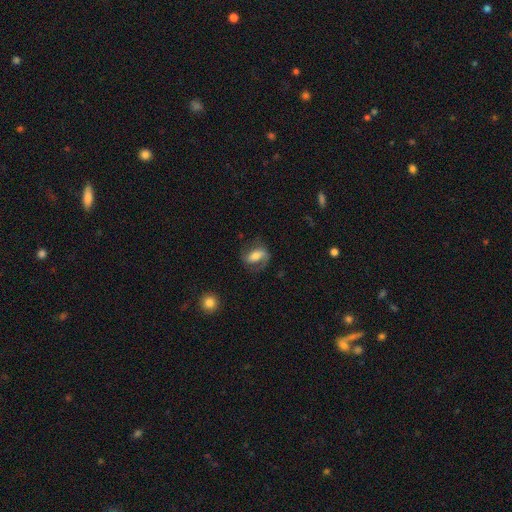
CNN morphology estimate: Smooth or featured?
  - featured or disk: 62% *
  - smooth: 31%
  - star or artifact: 7%
Edge-on disk?
  - no: 95% *
  - yes: 5%
Bar?
  - strong: 39% *
  - weak: 36%
  - no: 25%
Spiral arms?
  - yes: 89% *
  - no: 11%
Spiral winding?
  - medium: 47% *
  - loose: 32%
  - tight: 22%
Spiral arm count?
  - 2: 72% *
  - 1: 20%
  - can't tell: 6%
  - 3: 1%
  - 4: 1%
  - more than 4: 1%
Bulge size?
  - moderate: 53% *
  - small: 22%
  - large: 18%
  - none: 4%
  - dominant: 3%
Merging?
  - none: 64% *
  - minor disturbance: 19%
  - major disturbance: 15%
  - merger: 2%